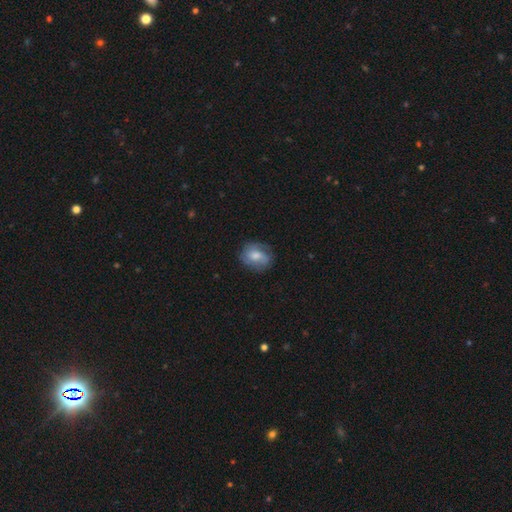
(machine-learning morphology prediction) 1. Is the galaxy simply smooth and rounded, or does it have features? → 55% smooth, 37% featured or disk, 8% star or artifact.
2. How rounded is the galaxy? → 52% round, 46% in between, 1% cigar-shaped.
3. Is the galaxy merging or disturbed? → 67% none, 23% minor disturbance, 9% major disturbance, 1% merger.